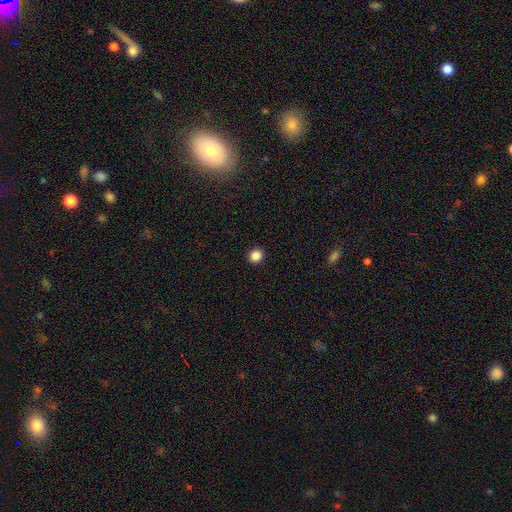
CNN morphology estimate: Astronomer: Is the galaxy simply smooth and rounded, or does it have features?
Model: smooth — 87%.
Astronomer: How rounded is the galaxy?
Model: round — 85%.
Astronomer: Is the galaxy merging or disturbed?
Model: none — 93%.